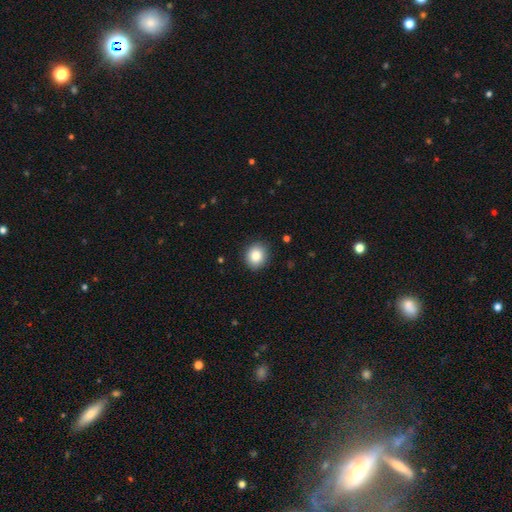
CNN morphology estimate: A smooth galaxy with no disk features (85%) that is round (76%).

Vote fractions:
- Smooth or featured? smooth: 85% / star or artifact: 9% / featured or disk: 6%
- How rounded? round: 76% / in between: 24% / cigar-shaped: 1%
- Merging? none: 88% / minor disturbance: 9% / major disturbance: 2% / merger: 1%